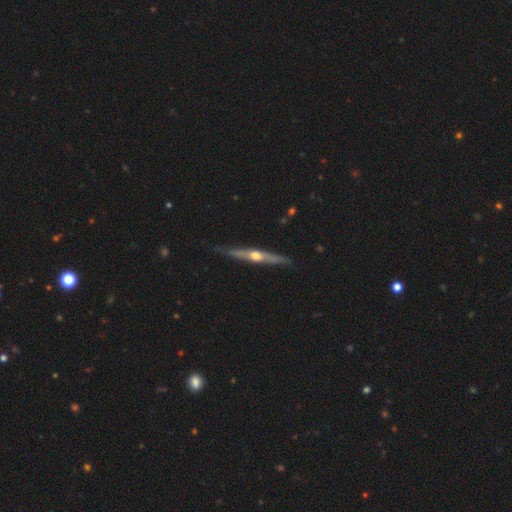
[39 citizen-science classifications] Morphology: type=featured or disk (85%); edge-on=yes (91%); edge-on bulge=rounded (100%); merging=none (76%).